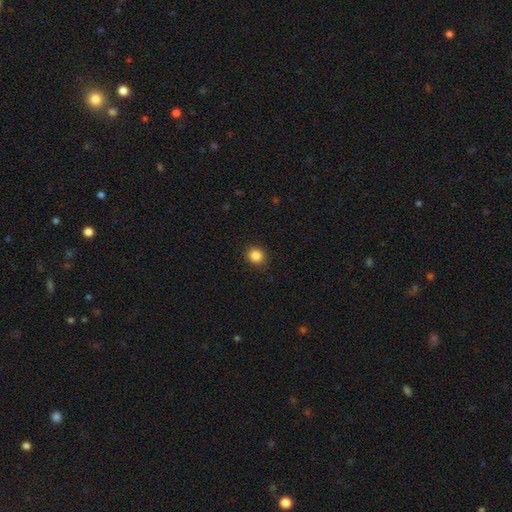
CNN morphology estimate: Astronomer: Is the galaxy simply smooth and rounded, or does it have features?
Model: smooth — 86%.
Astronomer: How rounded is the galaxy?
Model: round — 86%.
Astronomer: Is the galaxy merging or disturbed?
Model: none — 90%.